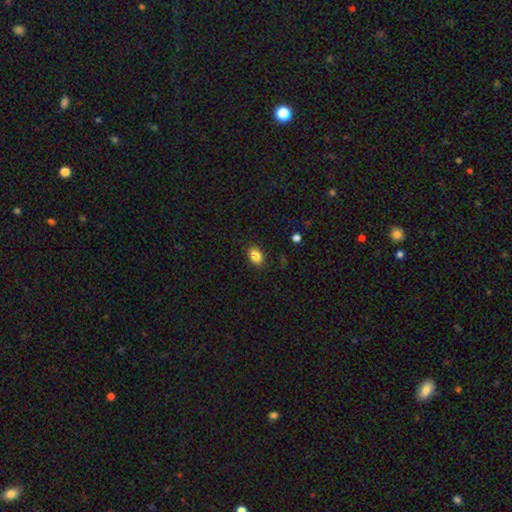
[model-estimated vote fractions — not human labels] Smooth or featured? smooth (85%)
How rounded? in between (77%)
Merging? none (88%)